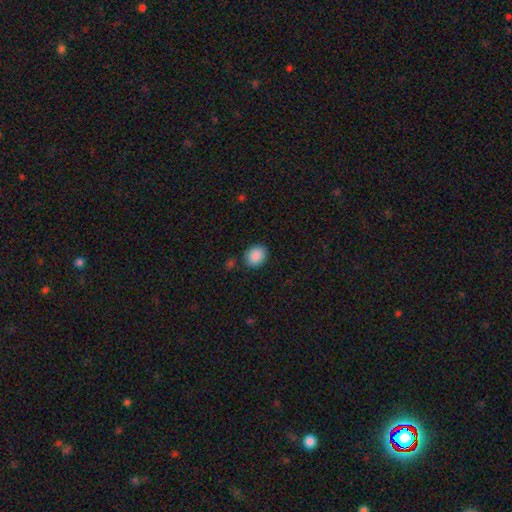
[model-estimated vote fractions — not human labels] A smooth galaxy with no disk features (89%) that is in between round and cigar-shaped (50%).

Vote fractions:
- Smooth or featured? smooth: 89% / star or artifact: 8% / featured or disk: 3%
- How rounded? in between: 50% / round: 49% / cigar-shaped: 1%
- Merging? none: 85% / minor disturbance: 10% / merger: 3% / major disturbance: 3%